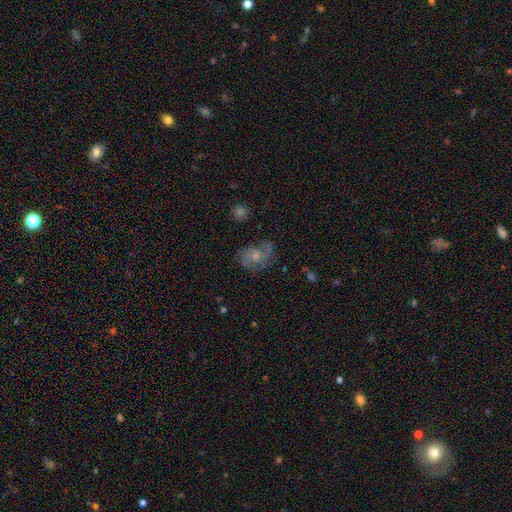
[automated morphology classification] Smooth or featured? Predicted: featured or disk (p=0.65). Edge-on disk? Predicted: no (p=0.97). Bar? Predicted: no (p=0.67). Spiral arms? Predicted: yes (p=0.88). Spiral winding? Predicted: medium (p=0.48). Spiral arm count? Predicted: 2 (p=0.61). Bulge size? Predicted: moderate (p=0.46). Merging? Predicted: none (p=0.63).